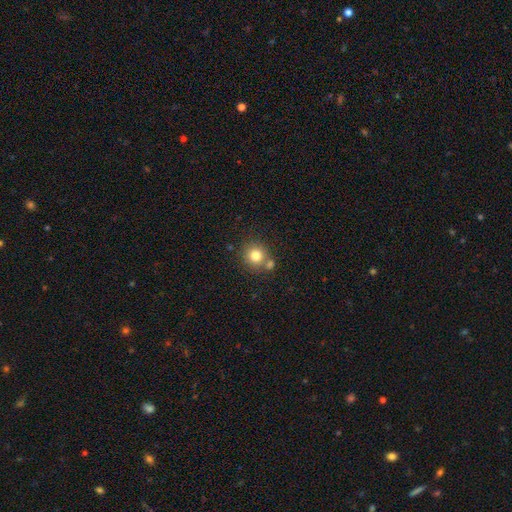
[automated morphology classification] Smooth or featured: smooth — 79% (star or artifact — 12%)
How rounded: round — 91% (in between — 8%)
Merging: none — 67% (merger — 21%)